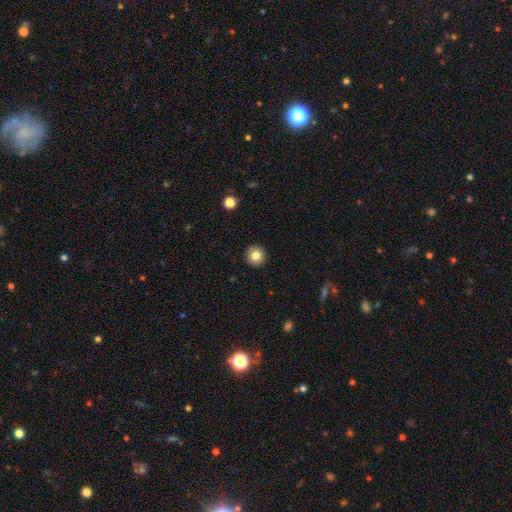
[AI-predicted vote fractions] smooth_or_featured: smooth (p=0.83) [alt: star or artifact p=0.10]
how_rounded: round (p=0.94) [alt: in between p=0.05]
merging: none (p=0.93) [alt: minor disturbance p=0.05]